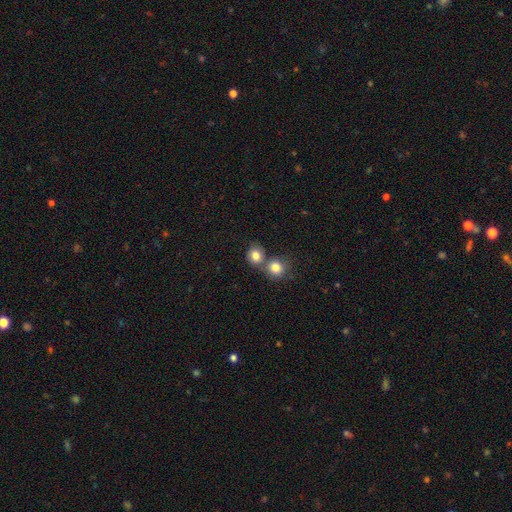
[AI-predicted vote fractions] Morphology: type=smooth (82%); roundness=round (80%); merging=none (47%).